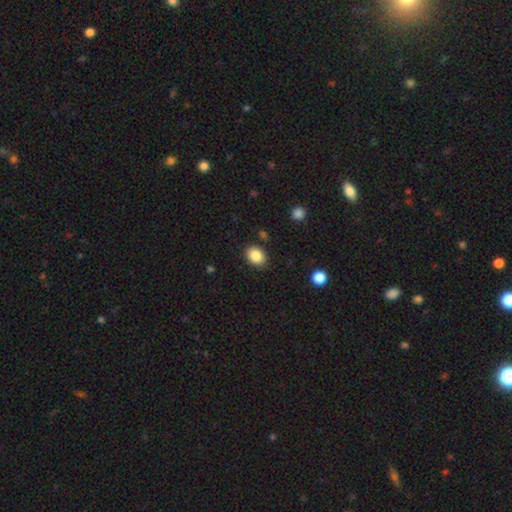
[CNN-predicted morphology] smooth_or_featured: smooth (p=0.87) [alt: star or artifact p=0.08]
how_rounded: in between (p=0.70) [alt: round p=0.29]
merging: none (p=0.87) [alt: minor disturbance p=0.09]